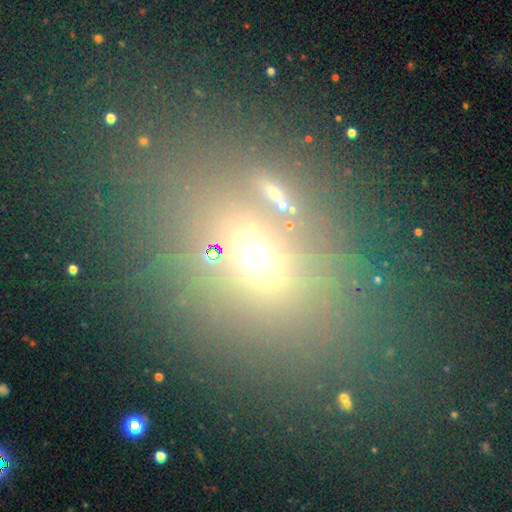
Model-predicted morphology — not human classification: A smooth galaxy with no disk features (54%) that is in between round and cigar-shaped (64%).

Vote fractions:
- Smooth or featured? smooth: 54% / star or artifact: 30% / featured or disk: 16%
- How rounded? in between: 64% / round: 32% / cigar-shaped: 4%
- Merging? none: 67% / minor disturbance: 13% / merger: 10% / major disturbance: 9%